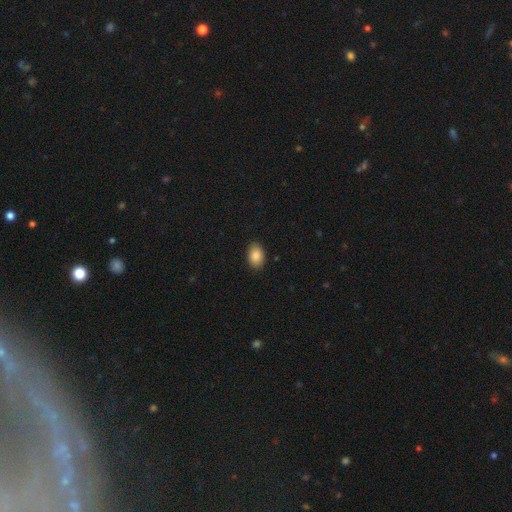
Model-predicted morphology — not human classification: smooth_or_featured: smooth (p=0.88) [alt: star or artifact p=0.07]
how_rounded: in between (p=0.86) [alt: round p=0.13]
merging: none (p=0.88) [alt: minor disturbance p=0.09]